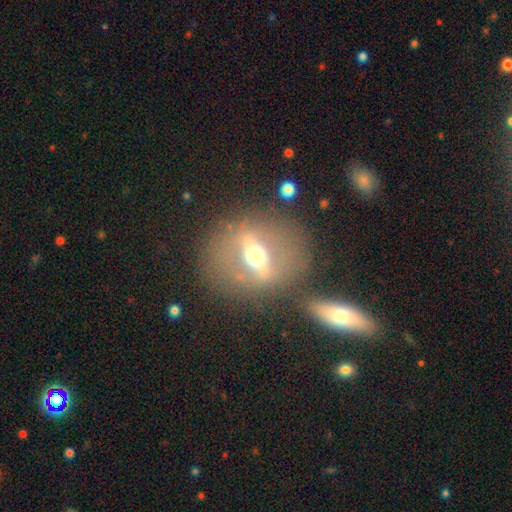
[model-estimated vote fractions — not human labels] A featured or disk galaxy (67%).

Vote fractions:
- Smooth or featured? featured or disk: 67% / smooth: 24% / star or artifact: 9%
- Edge-on disk? no: 59% / yes: 41%
- Merging? none: 69% / minor disturbance: 12% / merger: 11% / major disturbance: 8%